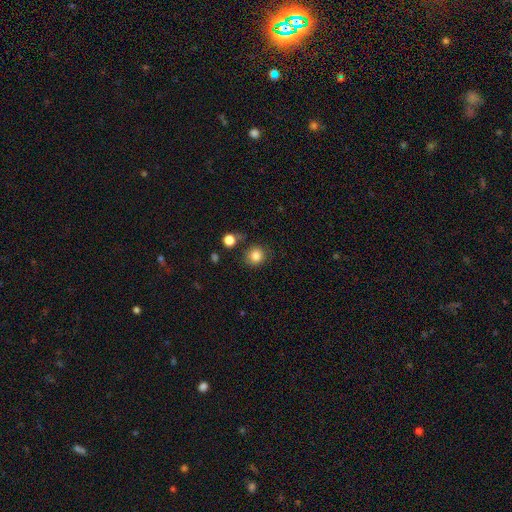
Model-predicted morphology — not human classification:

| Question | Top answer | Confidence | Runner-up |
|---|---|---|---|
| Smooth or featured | smooth | 84% | star or artifact (10%) |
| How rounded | round | 87% | in between (12%) |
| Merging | none | 78% | minor disturbance (12%) |